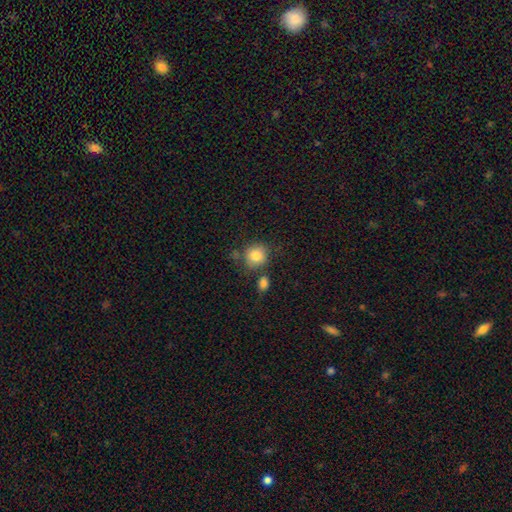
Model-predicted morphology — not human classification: Smooth or featured? Predicted: smooth (p=0.83). How rounded? Predicted: round (p=0.84). Merging? Predicted: none (p=0.69).